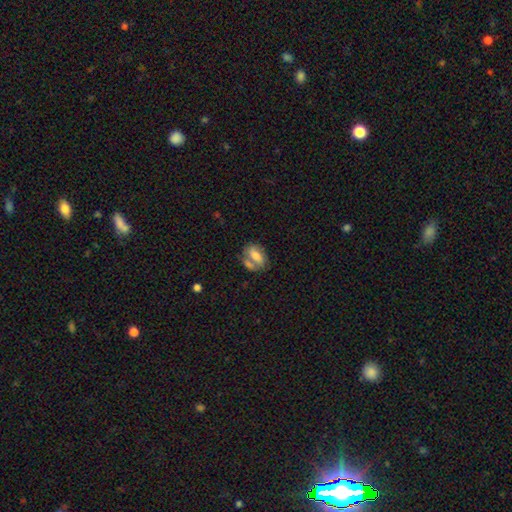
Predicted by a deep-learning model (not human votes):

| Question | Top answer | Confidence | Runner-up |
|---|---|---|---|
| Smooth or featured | smooth | 63% | featured or disk (29%) |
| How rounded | in between | 83% | round (12%) |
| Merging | none | 42% | merger (33%) |